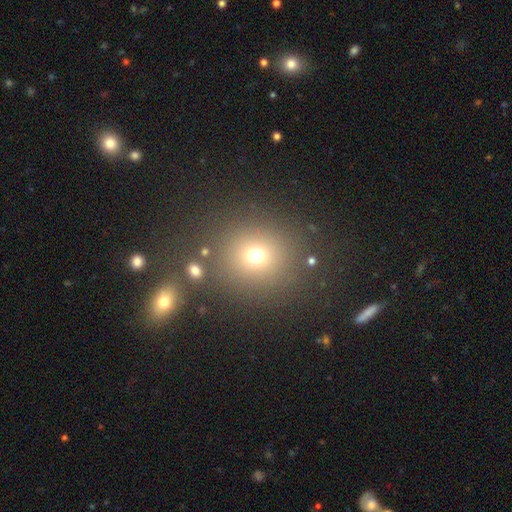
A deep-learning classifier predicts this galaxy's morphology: Smooth or featured? Predicted: smooth (p=0.70). How rounded? Predicted: round (p=0.87). Merging? Predicted: none (p=0.81).